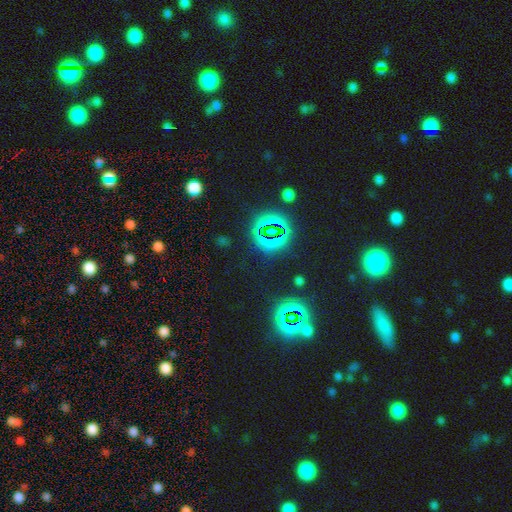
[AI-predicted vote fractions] Q: Smooth or featured?
A: star or artifact (78%); runner-up: smooth (14%)